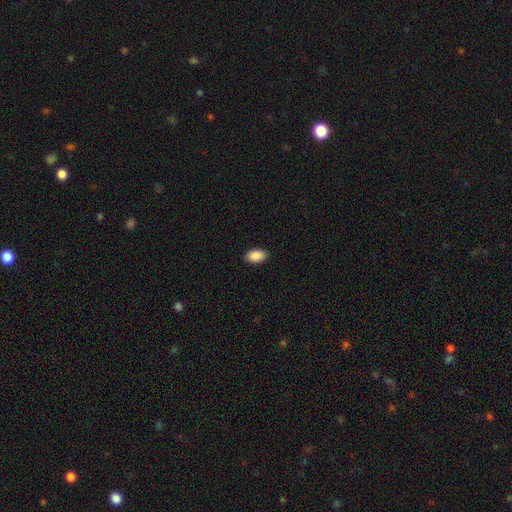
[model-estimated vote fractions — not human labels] This appears to be a smooth galaxy with no disk features (90%) that is in between round and cigar-shaped (94%). Merging: none (89%).